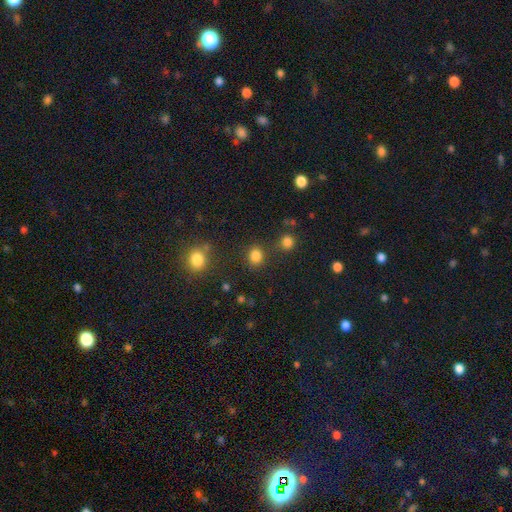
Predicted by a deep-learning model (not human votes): Smooth or featured: smooth — 82% (star or artifact — 13%)
How rounded: round — 63% (in between — 35%)
Merging: none — 78% (minor disturbance — 10%)